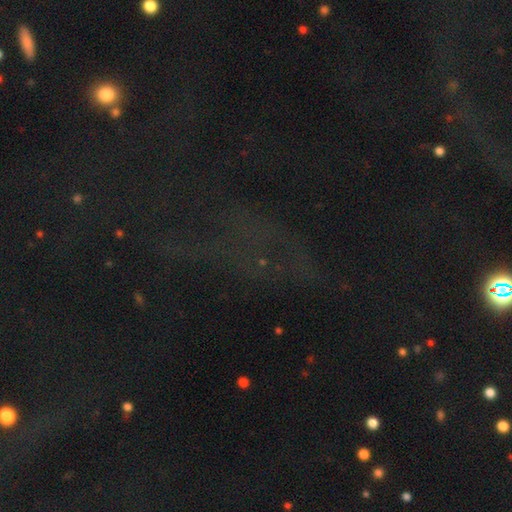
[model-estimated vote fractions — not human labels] Smooth or featured?
  - star or artifact: 67% *
  - smooth: 18%
  - featured or disk: 15%